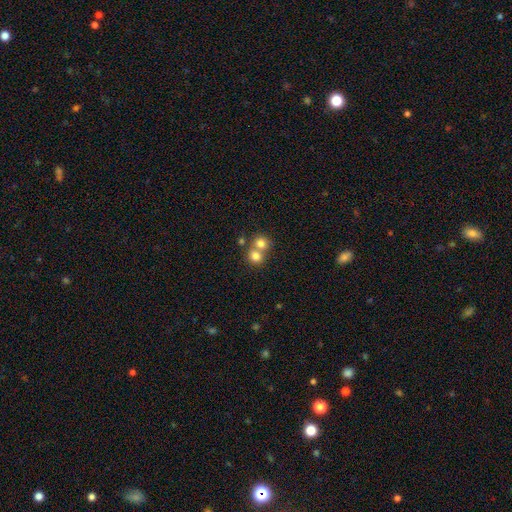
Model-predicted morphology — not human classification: smooth-or-featured: smooth: 77% | featured or disk: 12% | star or artifact: 12%
  how-rounded: round: 81% | in between: 18% | cigar-shaped: 1%
  merging: merger: 55% | none: 38% | minor disturbance: 5% | major disturbance: 2%